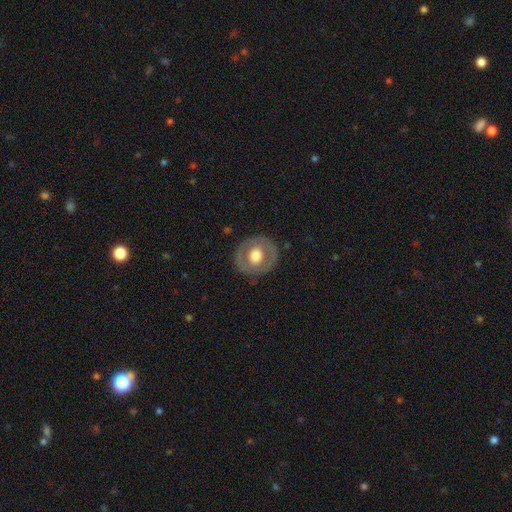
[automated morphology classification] A featured or disk galaxy (48%).

Vote fractions:
- Smooth or featured? featured or disk: 48% / smooth: 46% / star or artifact: 6%
- Merging? none: 83% / minor disturbance: 11% / major disturbance: 5% / merger: 1%